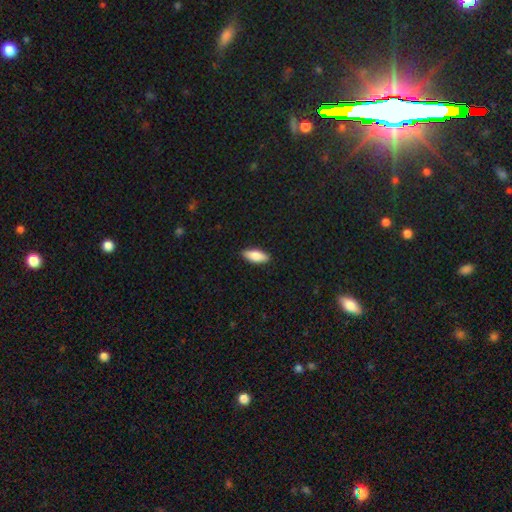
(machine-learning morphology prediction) The model was most divided on "how rounded": in between: 75%, cigar-shaped: 23%, round: 2%. More confident: merging — none (89%); smooth or featured — smooth (83%).